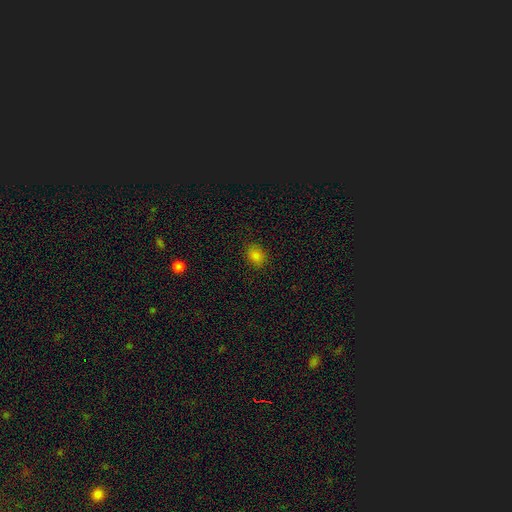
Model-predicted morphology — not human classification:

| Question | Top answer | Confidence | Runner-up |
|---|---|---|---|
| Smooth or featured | smooth | 83% | star or artifact (13%) |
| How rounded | in between | 57% | round (42%) |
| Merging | none | 86% | minor disturbance (10%) |